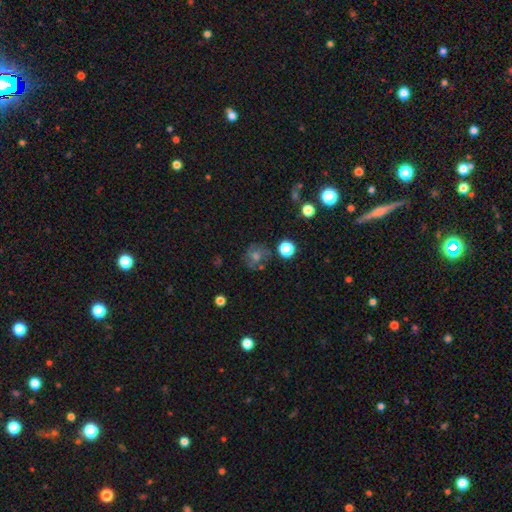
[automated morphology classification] Q: Smooth or featured?
A: smooth (48%); runner-up: star or artifact (27%)
Q: Merging?
A: none (71%); runner-up: minor disturbance (16%)